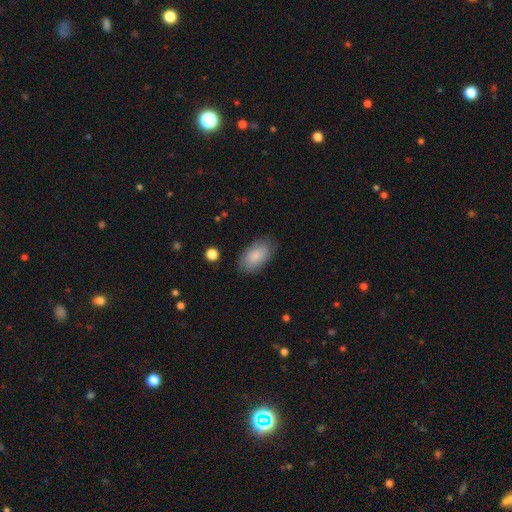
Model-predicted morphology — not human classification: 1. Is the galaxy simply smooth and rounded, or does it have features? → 85% smooth, 9% featured or disk, 6% star or artifact.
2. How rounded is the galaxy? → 94% in between, 4% round, 2% cigar-shaped.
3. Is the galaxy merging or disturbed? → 79% none, 15% minor disturbance, 4% major disturbance, 1% merger.